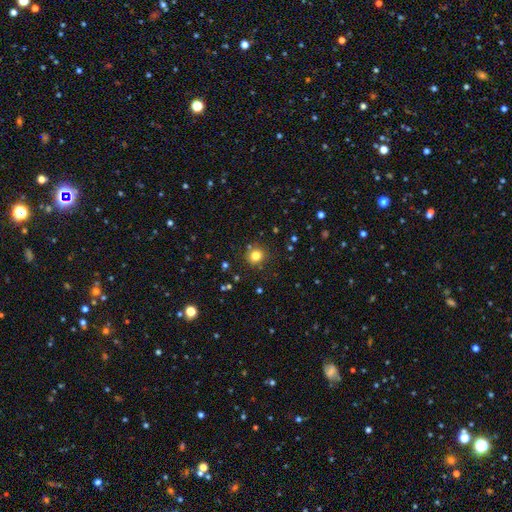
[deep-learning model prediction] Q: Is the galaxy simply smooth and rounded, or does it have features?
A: smooth — 79%.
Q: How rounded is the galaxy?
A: round — 89%.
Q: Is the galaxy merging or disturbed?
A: none — 85%.